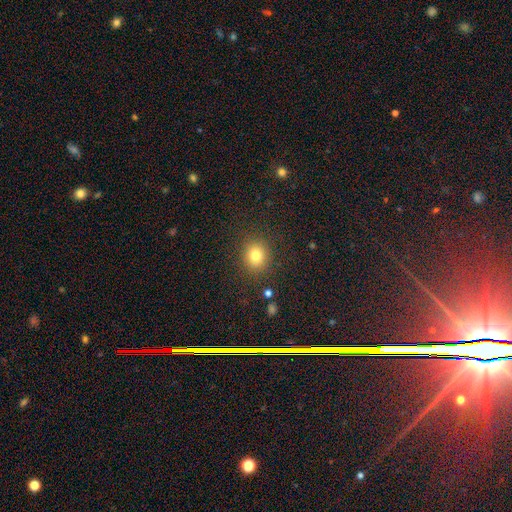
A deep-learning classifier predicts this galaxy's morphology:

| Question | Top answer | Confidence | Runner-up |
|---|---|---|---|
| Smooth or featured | smooth | 80% | star or artifact (12%) |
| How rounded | round | 77% | in between (22%) |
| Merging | none | 87% | minor disturbance (8%) |